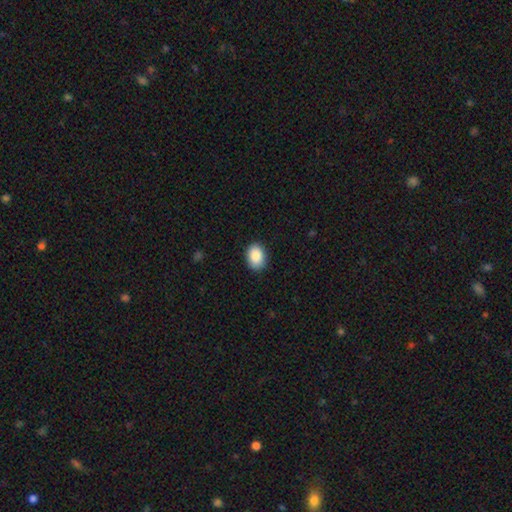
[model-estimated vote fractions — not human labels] Overall: smooth (88%). How rounded: in between (73%). Merging: none (89%).